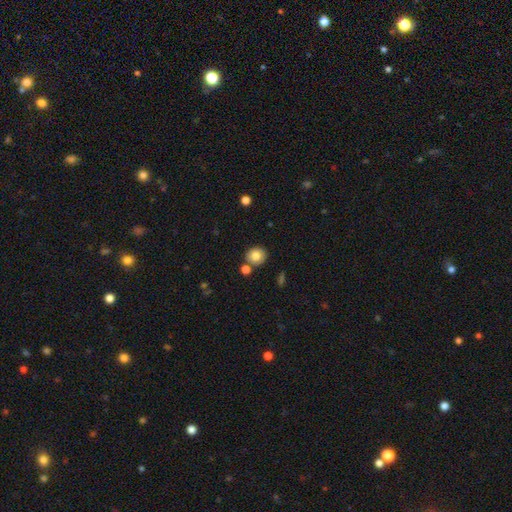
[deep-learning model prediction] Smooth or featured? Predicted: smooth (p=0.79). How rounded? Predicted: round (p=0.82). Merging? Predicted: none (p=0.78).